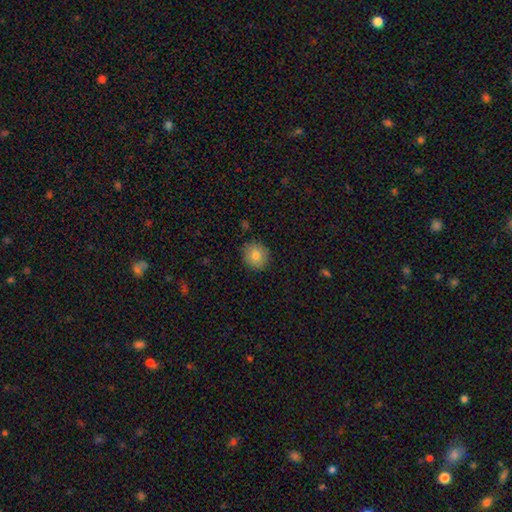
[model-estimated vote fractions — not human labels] Smooth or featured: smooth — 80% (featured or disk — 10%)
How rounded: round — 87% (in between — 12%)
Merging: none — 88% (minor disturbance — 9%)